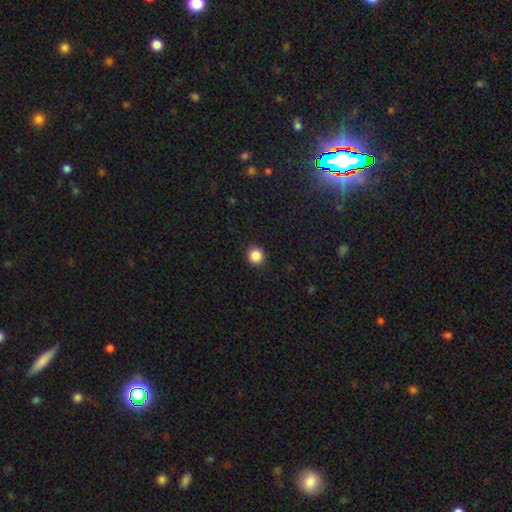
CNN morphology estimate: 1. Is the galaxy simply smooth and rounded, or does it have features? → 87% smooth, 10% star or artifact, 3% featured or disk.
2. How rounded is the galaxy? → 93% round, 6% in between, 1% cigar-shaped.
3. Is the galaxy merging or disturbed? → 92% none, 5% minor disturbance, 2% major disturbance, 1% merger.